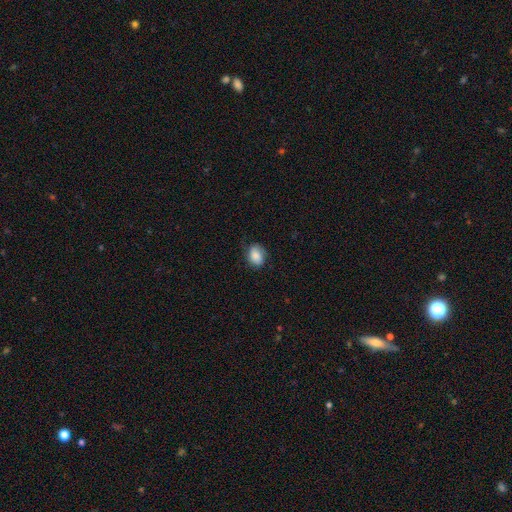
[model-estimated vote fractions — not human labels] The model was most divided on "how rounded": in between: 68%, round: 31%, cigar-shaped: 1%. More confident: smooth or featured — smooth (77%); merging — none (66%).